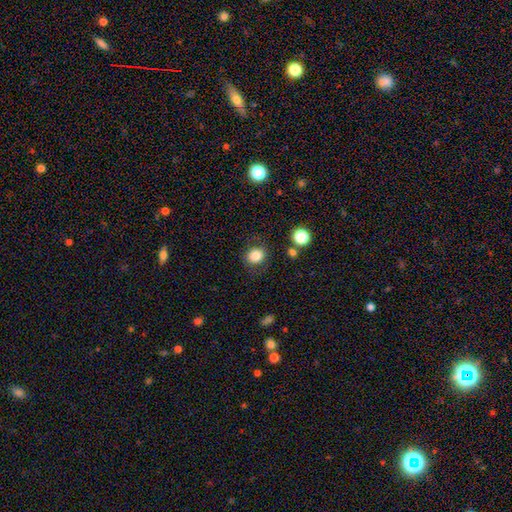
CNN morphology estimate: smooth 83%, star or artifact 11%, featured or disk 6%. Down the decision tree: how rounded — round (71%); merging — none (79%).